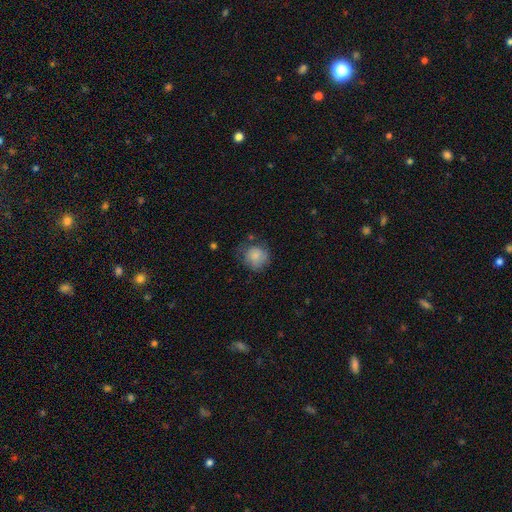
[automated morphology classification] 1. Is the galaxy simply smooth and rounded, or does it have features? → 76% smooth, 16% featured or disk, 8% star or artifact.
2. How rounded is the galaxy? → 83% round, 16% in between, 1% cigar-shaped.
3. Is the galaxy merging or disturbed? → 57% none, 28% minor disturbance, 13% major disturbance, 2% merger.